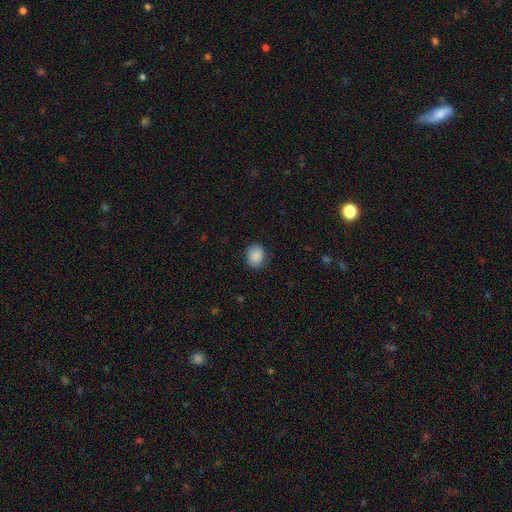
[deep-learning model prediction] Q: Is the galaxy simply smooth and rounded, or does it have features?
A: smooth — 89%.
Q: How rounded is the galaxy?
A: round — 59%.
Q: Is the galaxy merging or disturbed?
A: none — 85%.